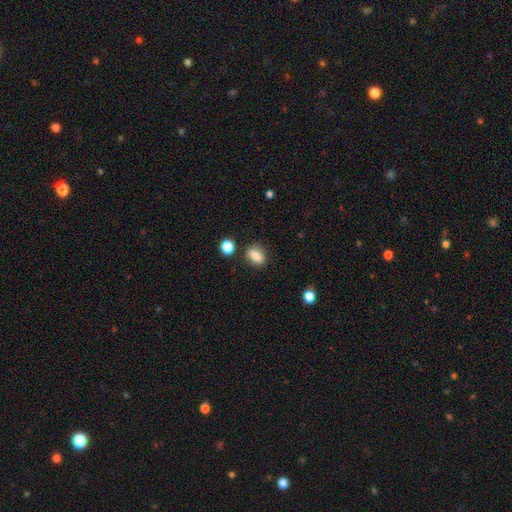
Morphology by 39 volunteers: type=smooth (85%); roundness=in between (79%); merging=none (64%).